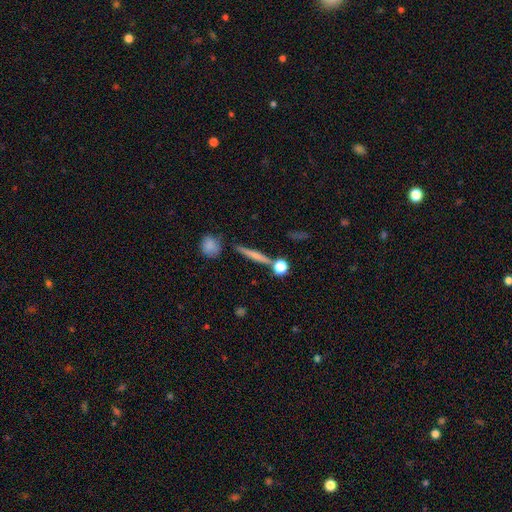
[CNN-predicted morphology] Q: Smooth or featured?
A: smooth (52%); runner-up: featured or disk (39%)
Q: How rounded?
A: cigar-shaped (81%); runner-up: in between (10%)
Q: Merging?
A: none (78%); runner-up: merger (10%)